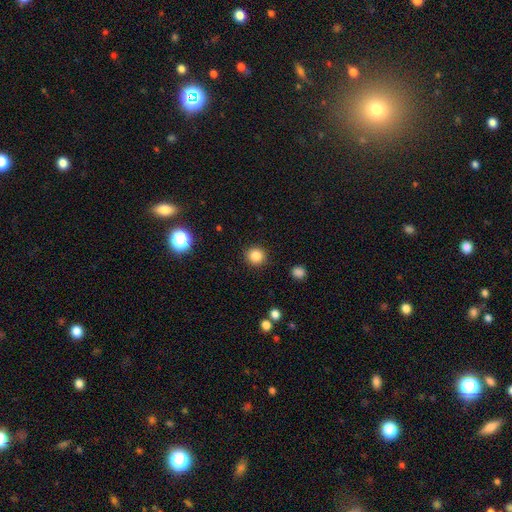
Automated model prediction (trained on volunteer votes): smooth-or-featured: smooth: 84% | star or artifact: 12% | featured or disk: 4%
  how-rounded: round: 92% | in between: 8% | cigar-shaped: 1%
  merging: none: 90% | minor disturbance: 6% | major disturbance: 2% | merger: 1%